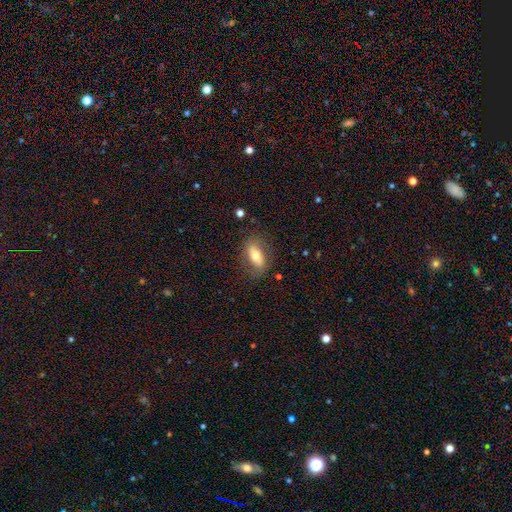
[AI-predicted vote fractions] Overall: smooth (61%; featured or disk 32%). How rounded: in between (82%). Merging: none (76%).